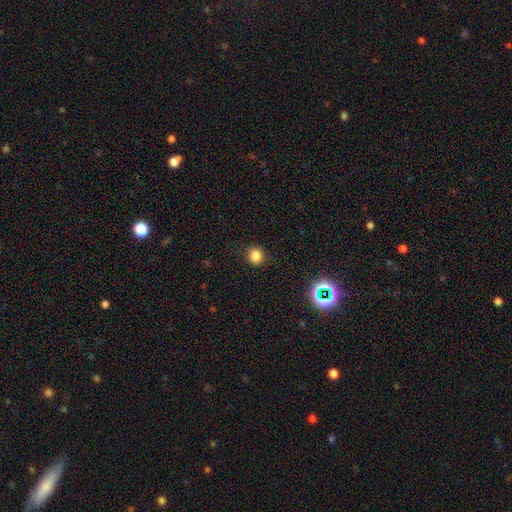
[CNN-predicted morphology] The model was most divided on "how rounded": round: 83%, in between: 16%, cigar-shaped: 1%. More confident: merging — none (88%); smooth or featured — smooth (82%).